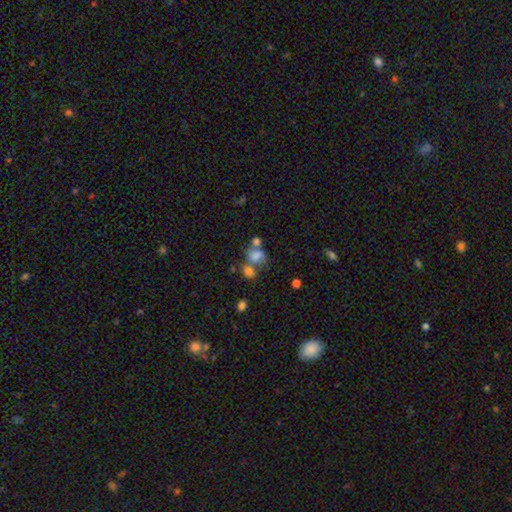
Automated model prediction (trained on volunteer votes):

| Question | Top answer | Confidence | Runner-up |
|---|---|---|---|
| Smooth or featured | smooth | 63% | featured or disk (22%) |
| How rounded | in between | 52% | round (46%) |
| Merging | merger | 44% | none (29%) |